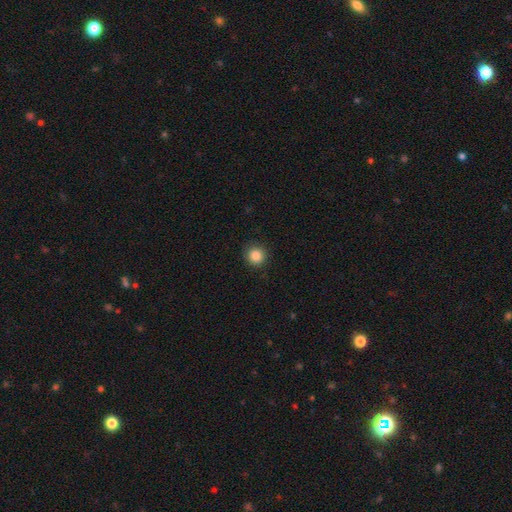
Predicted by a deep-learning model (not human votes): smooth_or_featured: smooth (p=0.86) [alt: star or artifact p=0.10]
how_rounded: round (p=0.94) [alt: in between p=0.05]
merging: none (p=0.90) [alt: minor disturbance p=0.07]